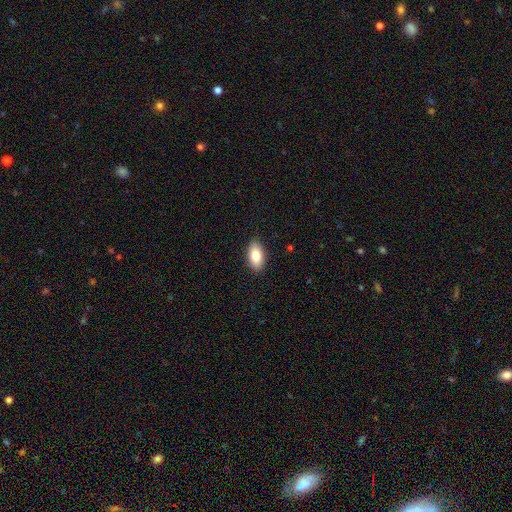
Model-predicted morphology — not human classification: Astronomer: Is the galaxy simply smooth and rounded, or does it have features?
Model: smooth — 85%.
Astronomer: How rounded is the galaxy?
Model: in between — 93%.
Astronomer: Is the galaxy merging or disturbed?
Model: none — 89%.